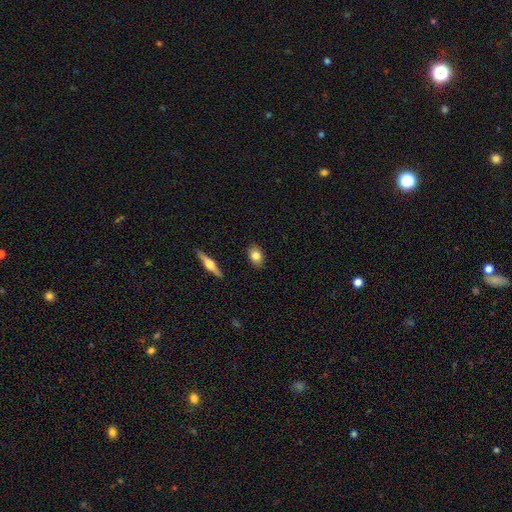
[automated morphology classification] smooth-or-featured: smooth: 77% | featured or disk: 16% | star or artifact: 7%
  how-rounded: in between: 75% | round: 21% | cigar-shaped: 4%
  merging: none: 87% | minor disturbance: 9% | major disturbance: 2% | merger: 2%